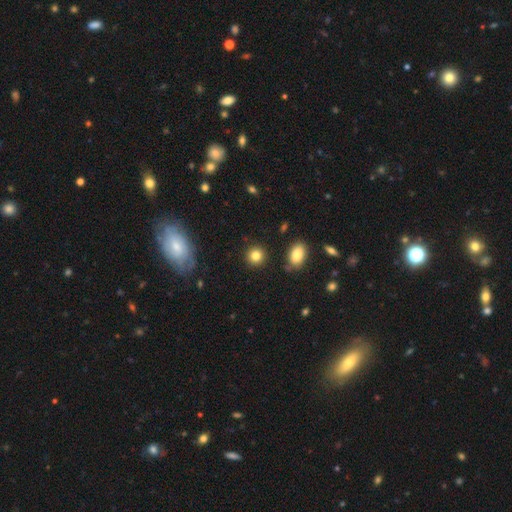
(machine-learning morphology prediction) The model was most divided on "smooth or featured": smooth: 84%, star or artifact: 10%, featured or disk: 6%. More confident: how rounded — round (90%); merging — none (89%).